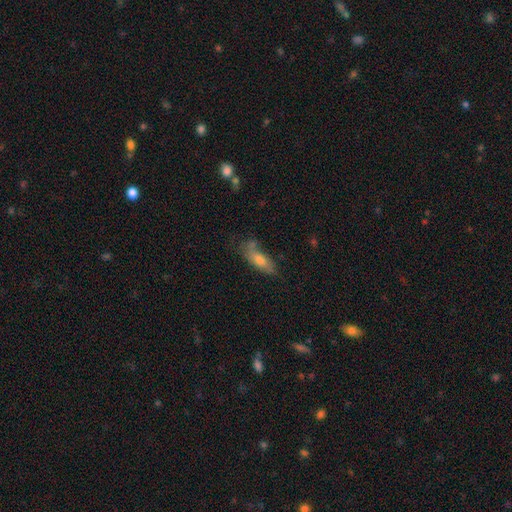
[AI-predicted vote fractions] Q: Smooth or featured?
A: smooth (51%); runner-up: featured or disk (33%)
Q: How rounded?
A: in between (55%); runner-up: cigar-shaped (41%)
Q: Merging?
A: none (59%); runner-up: minor disturbance (24%)